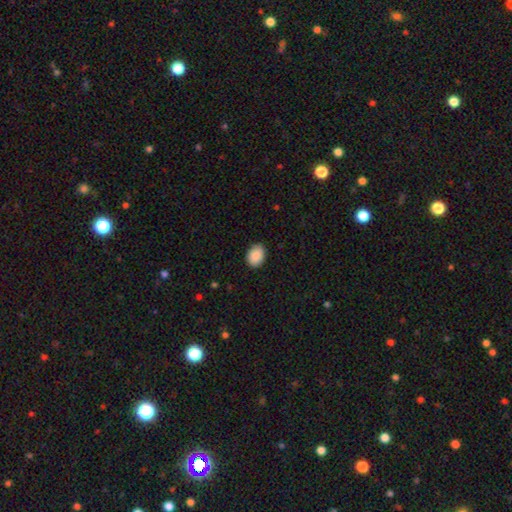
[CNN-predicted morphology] Smooth or featured?
  - smooth: 89% *
  - star or artifact: 7%
  - featured or disk: 4%
How rounded?
  - in between: 75% *
  - round: 24%
  - cigar-shaped: 1%
Merging?
  - none: 88% *
  - minor disturbance: 9%
  - major disturbance: 2%
  - merger: 1%